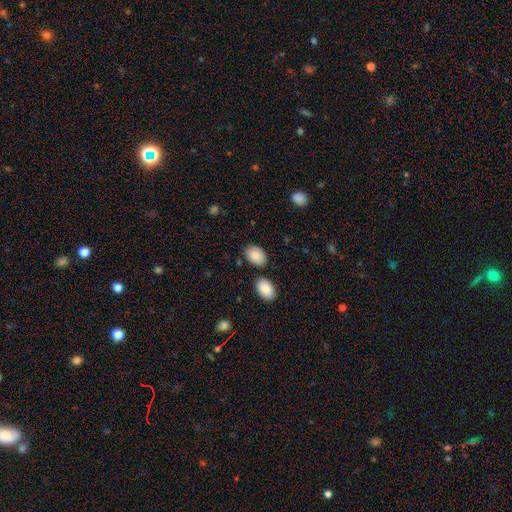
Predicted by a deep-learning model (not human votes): smooth-or-featured: smooth: 86% | star or artifact: 7% | featured or disk: 7%
  how-rounded: in between: 85% | round: 14% | cigar-shaped: 1%
  merging: none: 77% | minor disturbance: 12% | merger: 8% | major disturbance: 3%